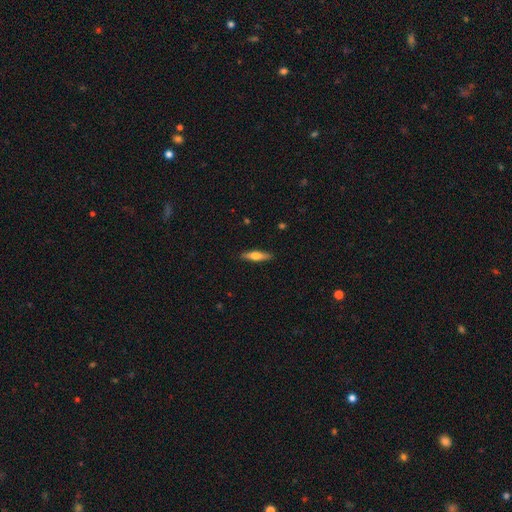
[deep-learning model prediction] Overall: smooth (54%; featured or disk 41%). How rounded: cigar-shaped (74%). Merging: none (89%).